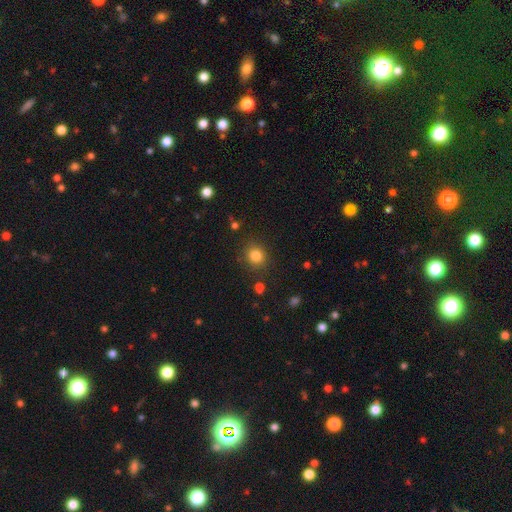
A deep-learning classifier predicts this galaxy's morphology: smooth 83%, star or artifact 12%, featured or disk 5%. Down the decision tree: how rounded — round (81%); merging — none (86%).